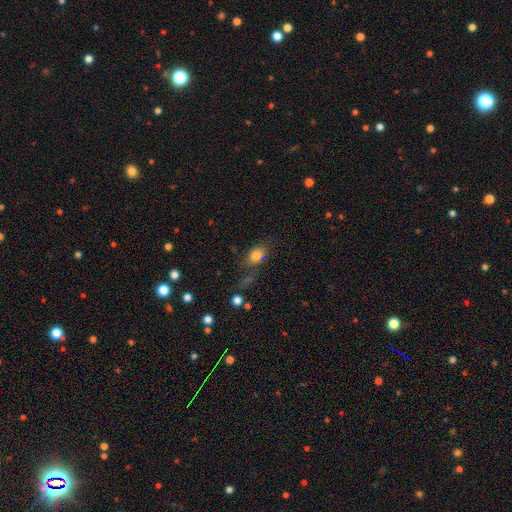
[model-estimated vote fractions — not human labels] This is likely a smooth galaxy (76%). How rounded: likely in between (69%). Merging: possibly none (53%).